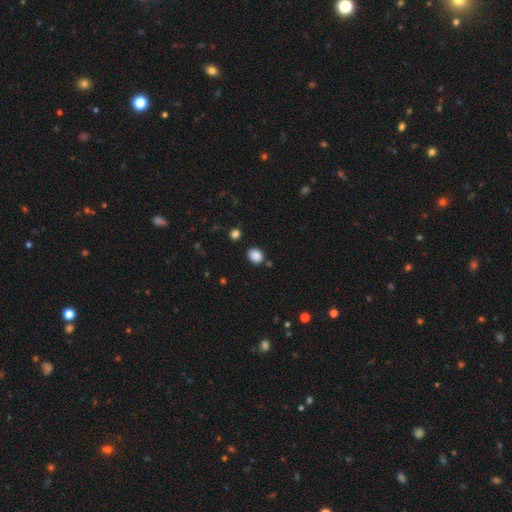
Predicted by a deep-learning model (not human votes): Smooth or featured: smooth — 87% (star or artifact — 10%)
How rounded: in between — 54% (round — 45%)
Merging: none — 83% (minor disturbance — 10%)